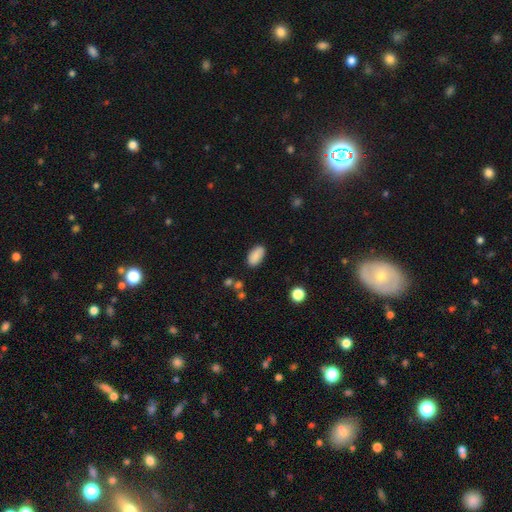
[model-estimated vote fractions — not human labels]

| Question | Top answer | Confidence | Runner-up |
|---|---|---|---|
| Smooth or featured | smooth | 87% | star or artifact (8%) |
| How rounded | in between | 93% | round (4%) |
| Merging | none | 82% | minor disturbance (13%) |